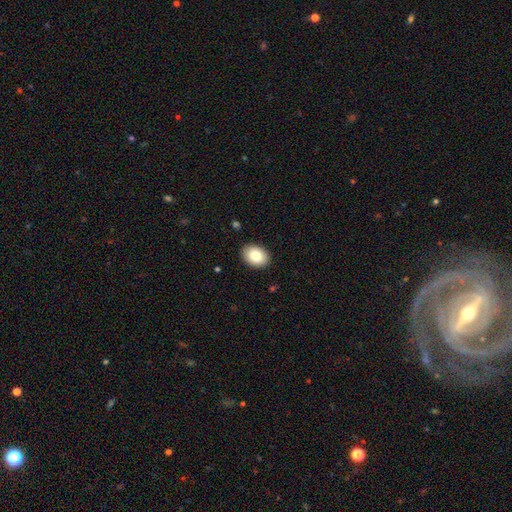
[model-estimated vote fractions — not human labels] smooth 83%, featured or disk 10%, star or artifact 7%. Down the decision tree: how rounded — in between (76%); merging — none (89%).